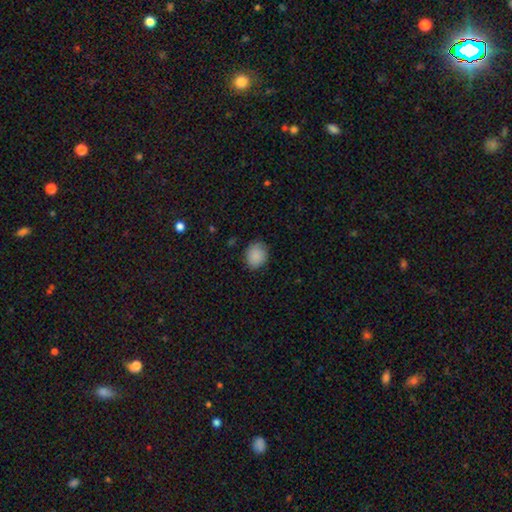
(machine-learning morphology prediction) Q: Smooth or featured?
A: smooth (88%); runner-up: star or artifact (8%)
Q: How rounded?
A: round (64%); runner-up: in between (35%)
Q: Merging?
A: none (82%); runner-up: minor disturbance (14%)